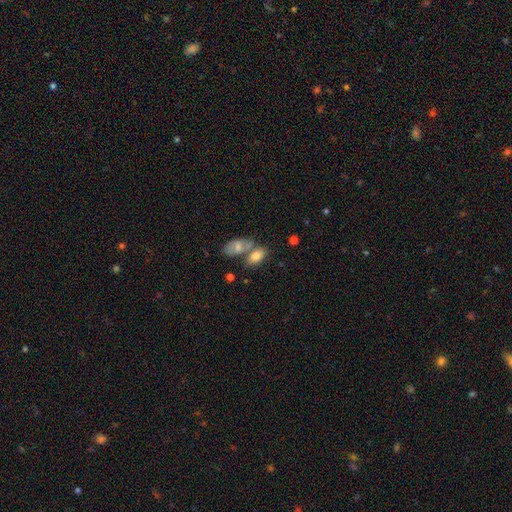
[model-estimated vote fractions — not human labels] Q: Smooth or featured?
A: smooth (79%); runner-up: featured or disk (14%)
Q: How rounded?
A: in between (91%); runner-up: round (6%)
Q: Merging?
A: merger (45%); runner-up: none (39%)